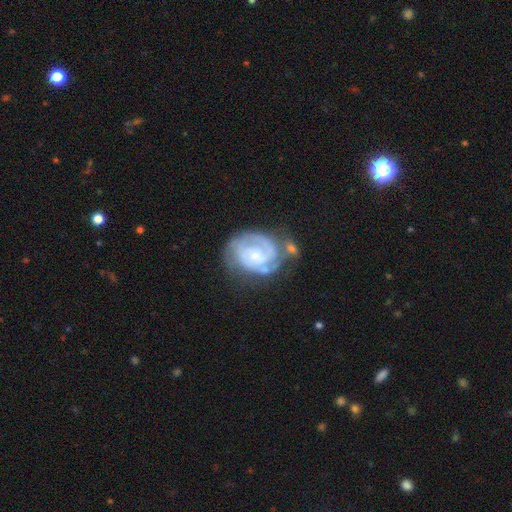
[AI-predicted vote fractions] smooth-or-featured: featured or disk: 85% | smooth: 9% | star or artifact: 5%
  disk-edge-on: no: 98% | yes: 2%
    bar: no: 61% | weak: 32% | strong: 7%
    has-spiral-arms: yes: 95% | no: 5%
      spiral-winding: tight: 63% | medium: 30% | loose: 6%
      spiral-arm-count: 2: 52% | can't tell: 19% | 3: 16% | 1: 6% | 4: 3% | more than 4: 3%
    bulge-size: small: 65% | moderate: 26% | none: 6% | large: 2% | dominant: 1%
  merging: none: 51% | minor disturbance: 23% | major disturbance: 14% | merger: 12%